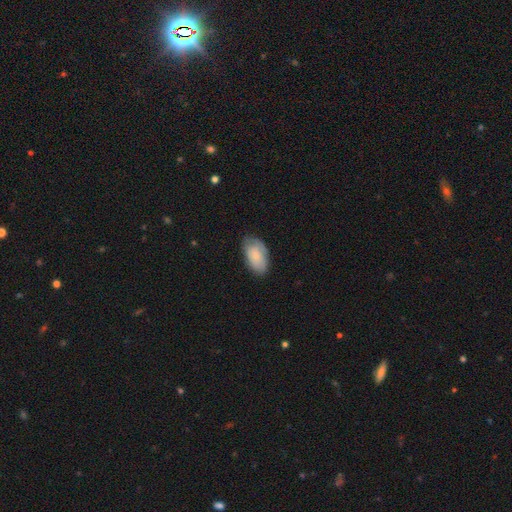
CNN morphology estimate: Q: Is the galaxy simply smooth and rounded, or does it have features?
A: smooth — 76%.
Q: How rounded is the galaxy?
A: in between — 95%.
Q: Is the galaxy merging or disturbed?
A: none — 69%.